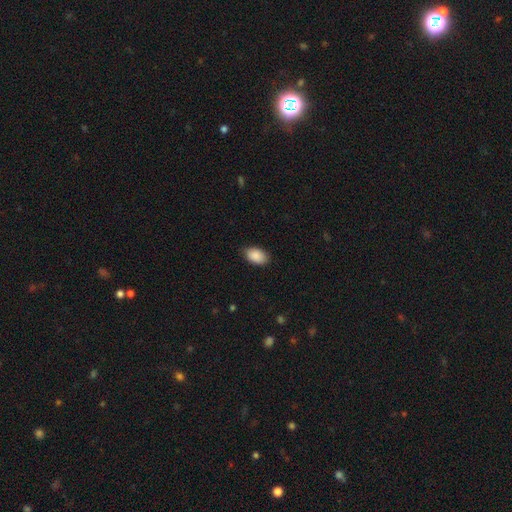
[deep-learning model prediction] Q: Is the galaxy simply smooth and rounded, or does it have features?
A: smooth — 89%.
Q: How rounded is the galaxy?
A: in between — 91%.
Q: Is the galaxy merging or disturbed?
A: none — 83%.